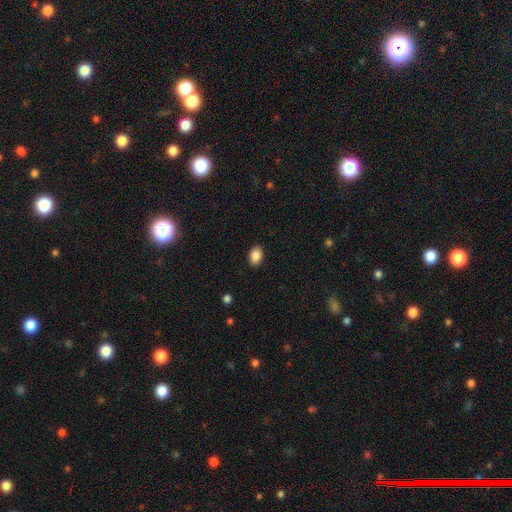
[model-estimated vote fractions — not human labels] Smooth or featured? smooth (88%)
How rounded? in between (83%)
Merging? none (90%)